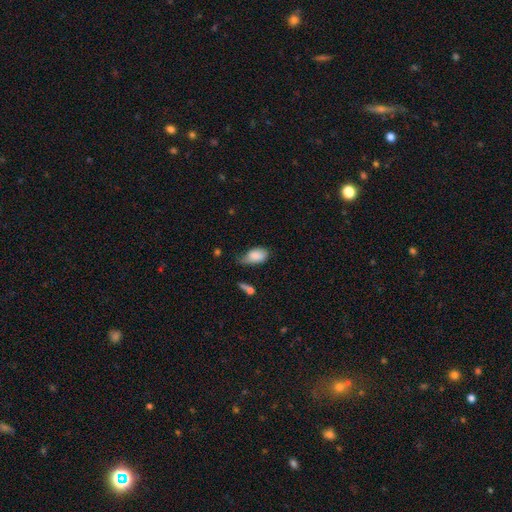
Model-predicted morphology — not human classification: smooth_or_featured: smooth (p=0.84) [alt: featured or disk p=0.09]
how_rounded: in between (p=0.91) [alt: round p=0.07]
merging: minor disturbance (p=0.44) [alt: none p=0.34]